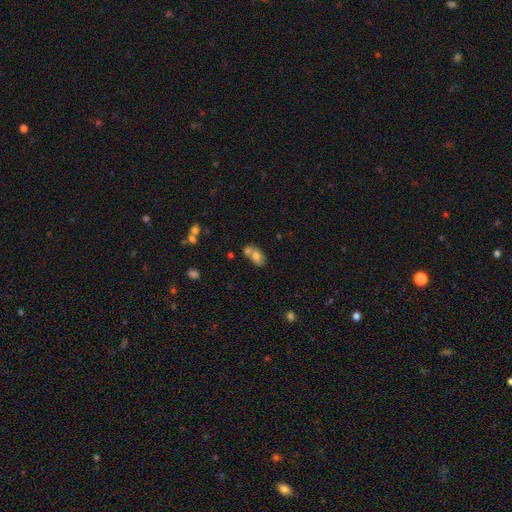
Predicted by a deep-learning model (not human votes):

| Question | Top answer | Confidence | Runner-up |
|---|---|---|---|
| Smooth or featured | smooth | 70% | featured or disk (20%) |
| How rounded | in between | 80% | round (18%) |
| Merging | merger | 52% | none (32%) |